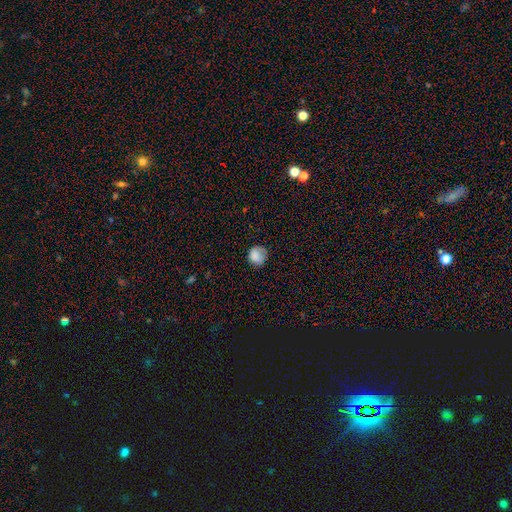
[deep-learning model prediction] smooth 83%, star or artifact 9%, featured or disk 8%. Down the decision tree: how rounded — round (85%); merging — none (70%).